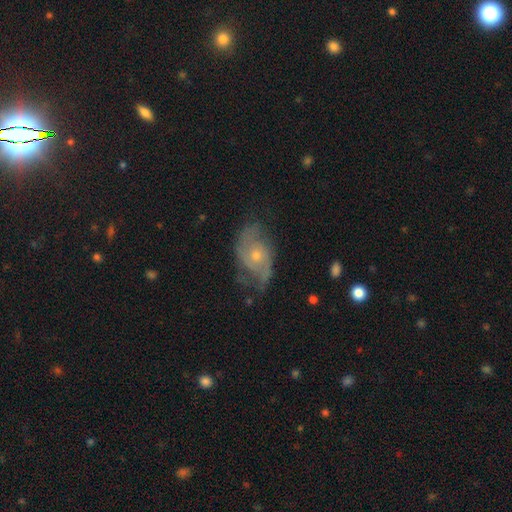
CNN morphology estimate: type=featured or disk (77%); edge-on=no (96%); bar=no (77%); spiral arms=yes (89%); winding=medium (44%); arm count=2 (74%); bulge=small (59%); merging=none (61%).